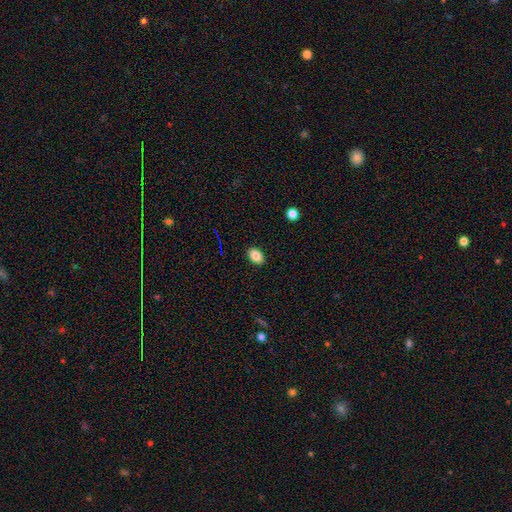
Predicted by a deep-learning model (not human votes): Smooth or featured? smooth (86%)
How rounded? in between (85%)
Merging? none (89%)